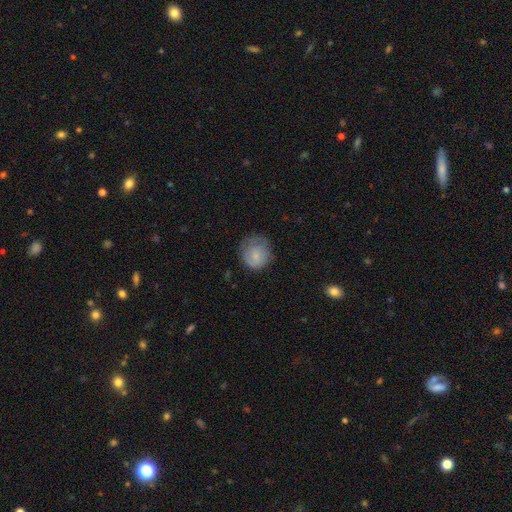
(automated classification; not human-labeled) Smooth or featured? smooth (65%)
How rounded? round (85%)
Merging? none (60%)